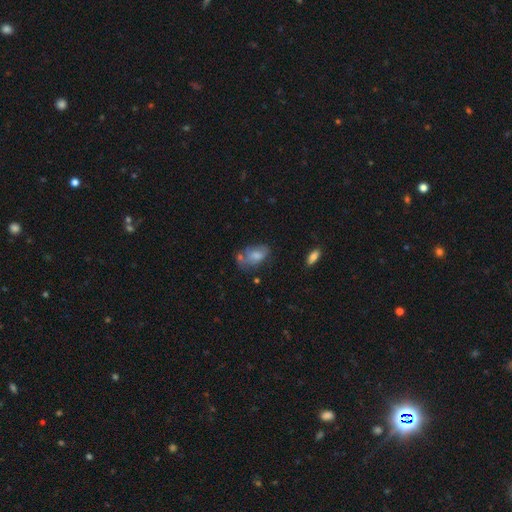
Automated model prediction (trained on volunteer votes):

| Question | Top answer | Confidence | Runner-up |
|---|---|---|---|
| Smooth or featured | smooth | 63% | featured or disk (28%) |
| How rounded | in between | 90% | round (8%) |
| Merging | none | 41% | minor disturbance (28%) |